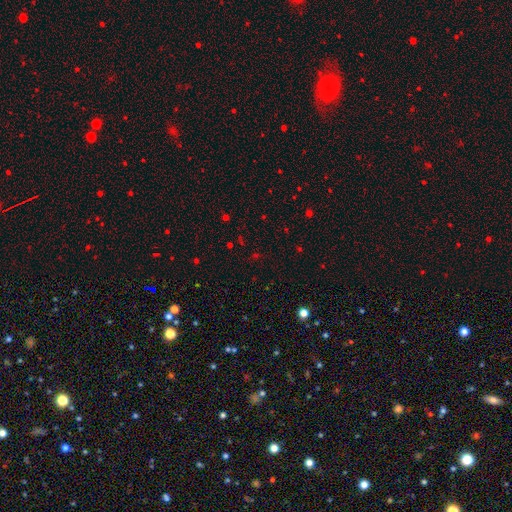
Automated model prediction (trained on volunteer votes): smooth-or-featured: star or artifact: 63% | smooth: 28% | featured or disk: 8%